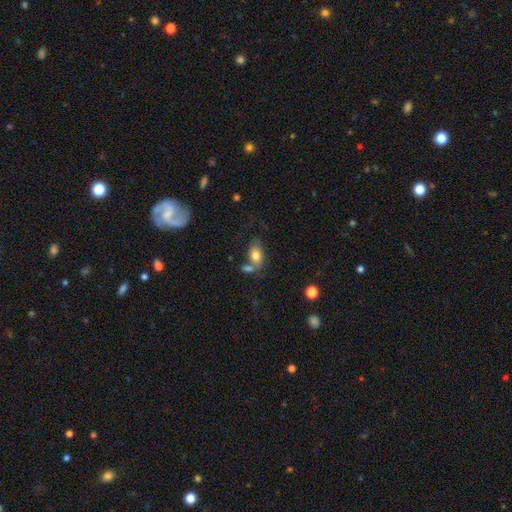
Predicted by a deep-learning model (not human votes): Q: Smooth or featured?
A: smooth (78%); runner-up: featured or disk (14%)
Q: How rounded?
A: in between (87%); runner-up: round (11%)
Q: Merging?
A: none (48%); runner-up: merger (30%)